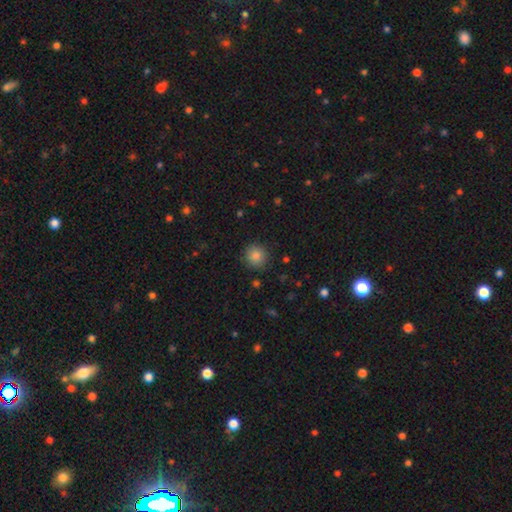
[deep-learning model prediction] This appears to be a smooth galaxy with no disk features (84%) that is round (93%). Merging: none (89%).